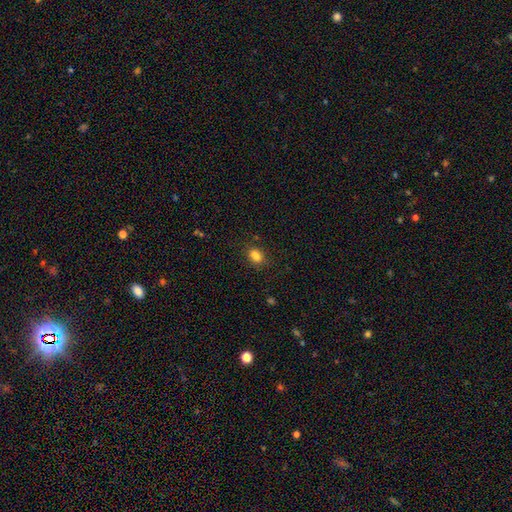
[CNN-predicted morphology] Q: Smooth or featured?
A: smooth (78%); runner-up: star or artifact (14%)
Q: How rounded?
A: in between (63%); runner-up: round (35%)
Q: Merging?
A: none (65%); runner-up: minor disturbance (16%)